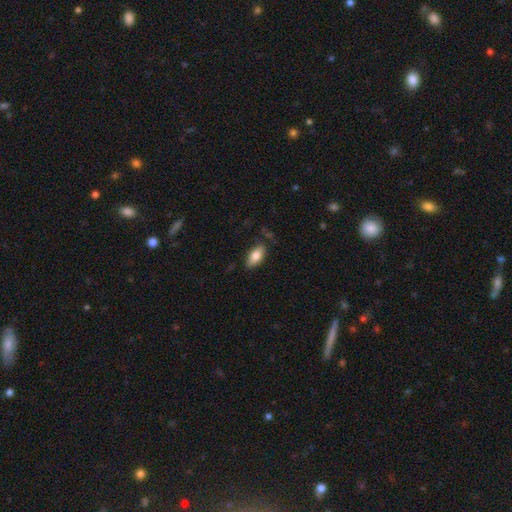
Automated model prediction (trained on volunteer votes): A smooth galaxy with no disk features (82%) that is in between round and cigar-shaped (91%). Merging: none (80%).